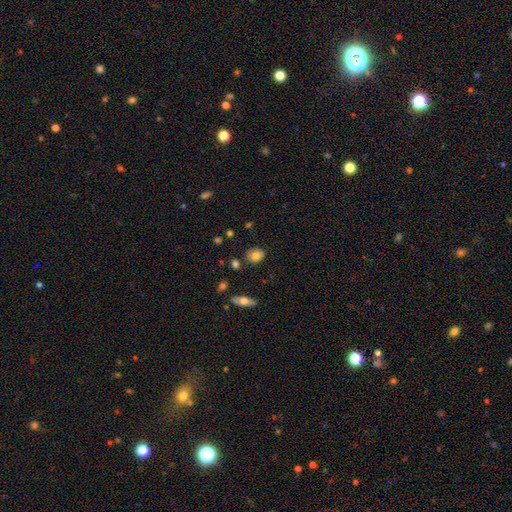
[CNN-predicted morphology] Overall: smooth (76%). How rounded: in between (63%; round 36%). Merging: none (77%).